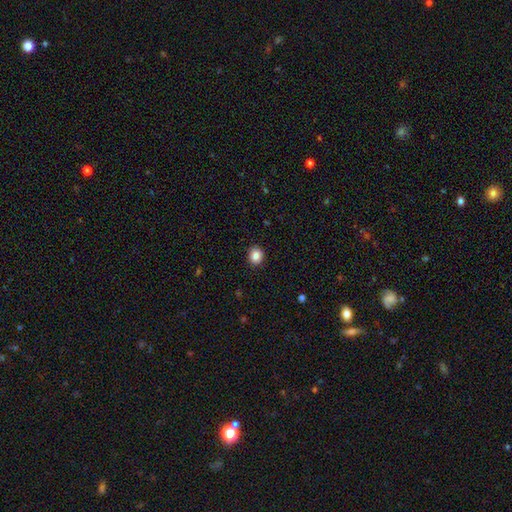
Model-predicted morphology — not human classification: Smooth or featured: smooth — 85% (star or artifact — 9%)
How rounded: round — 72% (in between — 27%)
Merging: none — 91% (minor disturbance — 6%)